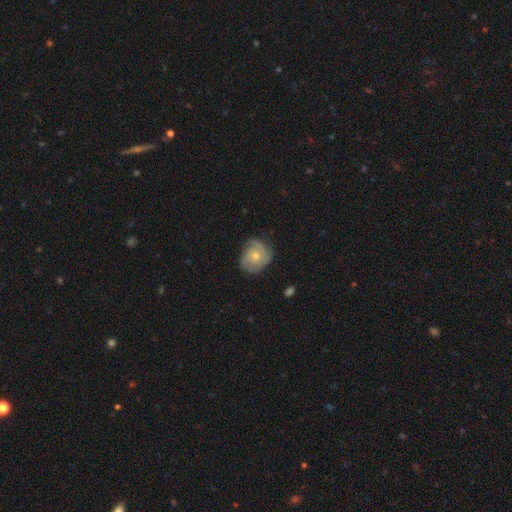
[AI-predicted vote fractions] The model was most divided on "bulge size": small: 53%, moderate: 43%, large: 1%, none: 1%, dominant: 1%. Remaining: edge-on disk — no (97%); spiral arms — yes (89%); bar — no (82%); smooth or featured — featured or disk (66%); merging — none (66%); spiral winding — tight (55%); spiral arm count — 3 (38%).